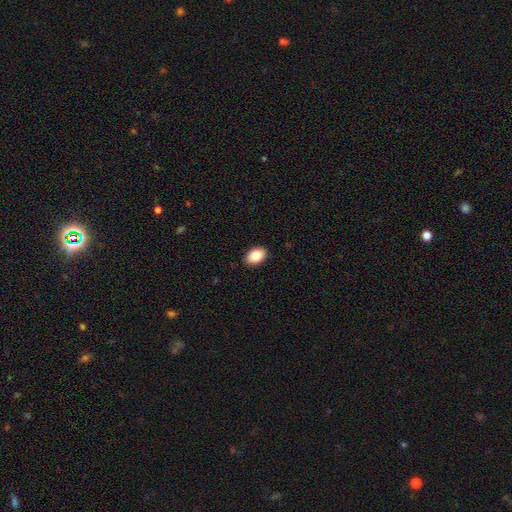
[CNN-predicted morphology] Q: Smooth or featured?
A: smooth (84%); runner-up: featured or disk (9%)
Q: How rounded?
A: in between (86%); runner-up: round (13%)
Q: Merging?
A: none (90%); runner-up: minor disturbance (8%)